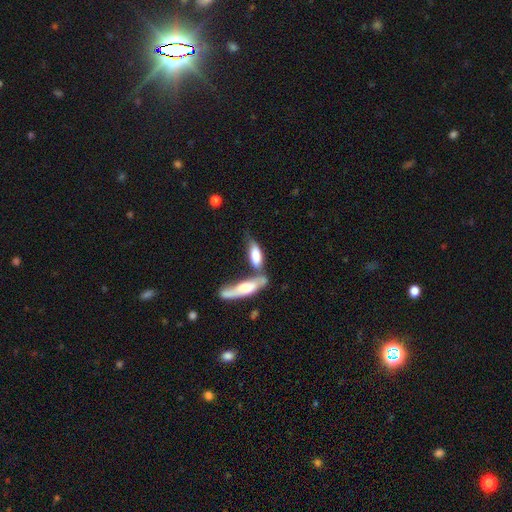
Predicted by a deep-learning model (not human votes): This appears to be a smooth galaxy with no disk features (70%) that is in between round and cigar-shaped (64%). Merging: merger (53%).